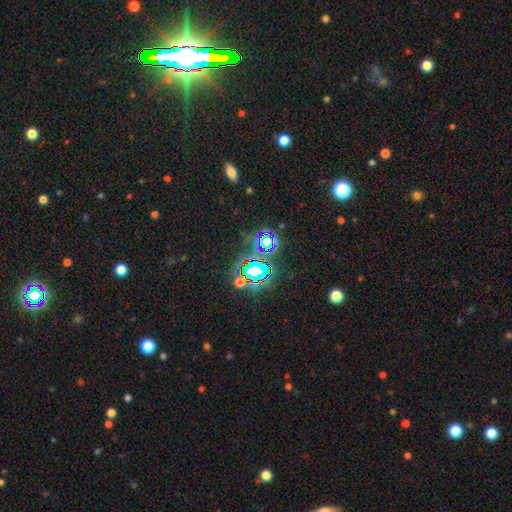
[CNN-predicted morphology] The model was most divided on "smooth or featured": star or artifact: 82%, smooth: 10%, featured or disk: 8%.